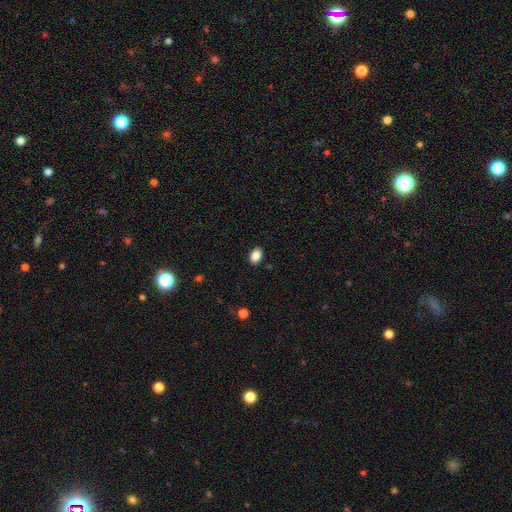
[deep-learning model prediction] Smooth or featured? Predicted: smooth (p=0.88). How rounded? Predicted: in between (p=0.82). Merging? Predicted: none (p=0.88).